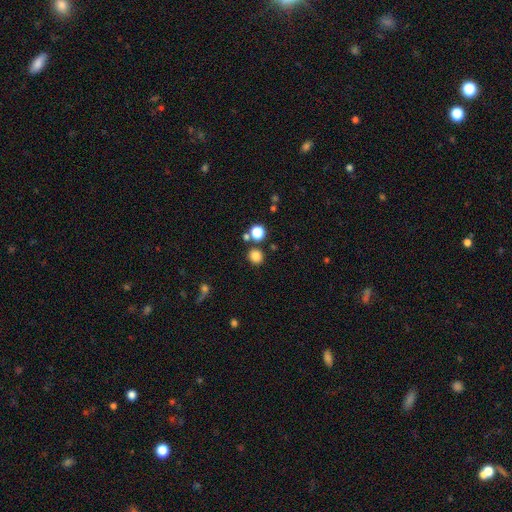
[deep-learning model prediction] Smooth or featured: smooth — 82% (star or artifact — 13%)
How rounded: round — 87% (in between — 12%)
Merging: none — 79% (merger — 11%)